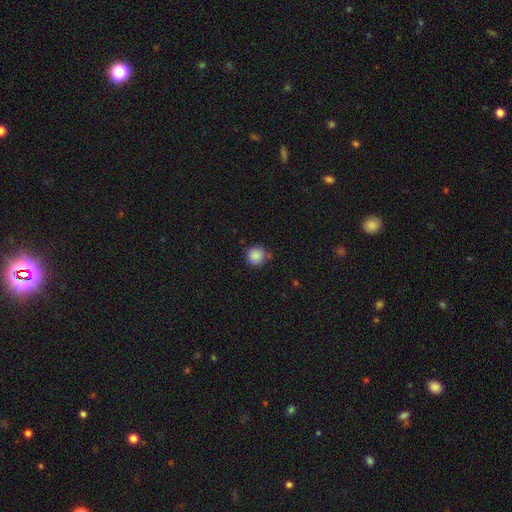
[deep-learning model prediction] Smooth or featured? smooth (86%)
How rounded? round (90%)
Merging? none (75%)